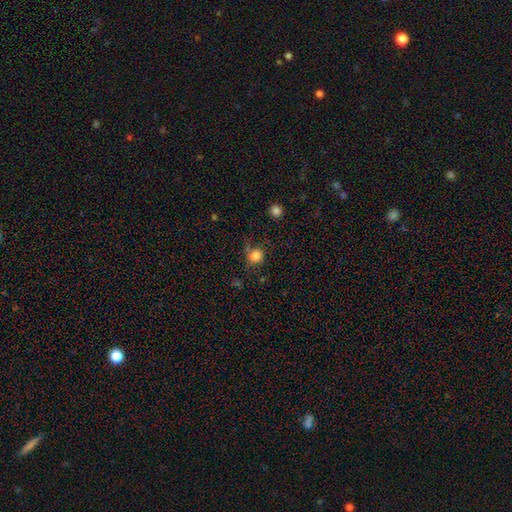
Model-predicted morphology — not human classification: Overall: smooth (82%). How rounded: round (86%). Merging: none (67%).